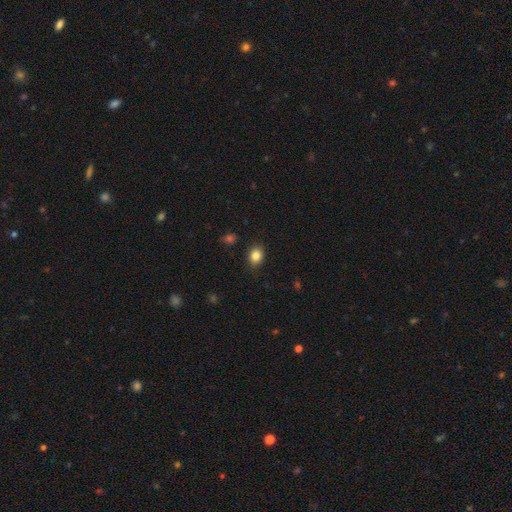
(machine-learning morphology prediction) smooth_or_featured: smooth (p=0.85) [alt: star or artifact p=0.10]
how_rounded: in between (p=0.56) [alt: round p=0.43]
merging: none (p=0.85) [alt: minor disturbance p=0.11]